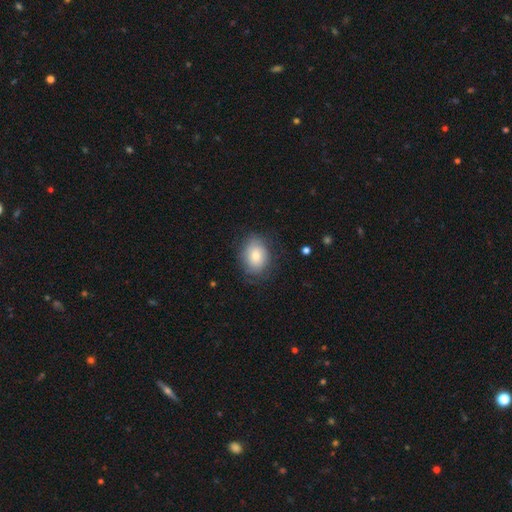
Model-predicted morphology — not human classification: Smooth or featured? smooth (72%)
How rounded? in between (58%)
Merging? none (72%)